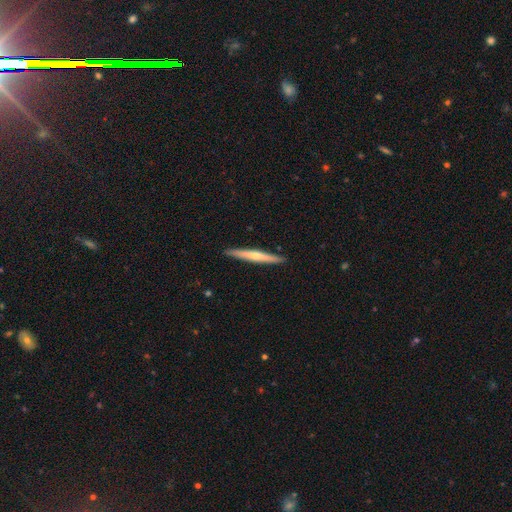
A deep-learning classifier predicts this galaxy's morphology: The model was most divided on "smooth or featured": smooth: 48%, featured or disk: 47%, star or artifact: 5%. More confident: merging — none (91%).